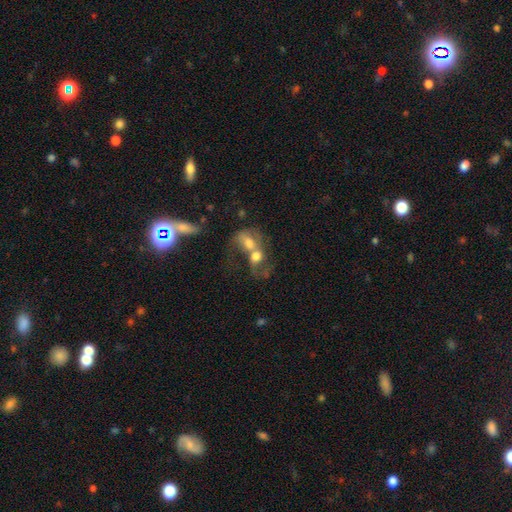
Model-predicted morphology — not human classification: This is possibly a smooth galaxy (53%). How rounded: possibly in between (59%). Merging: clearly merger (81%).